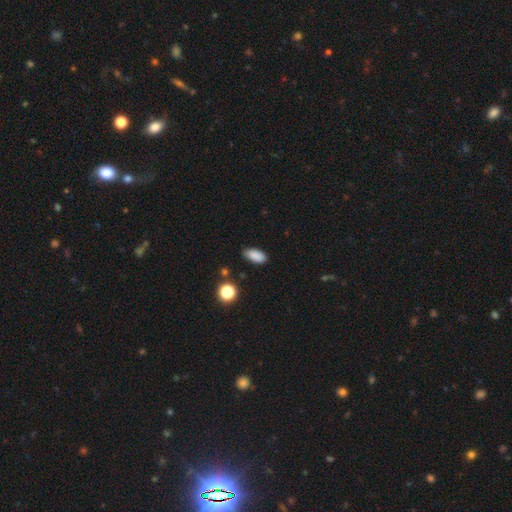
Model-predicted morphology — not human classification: A smooth galaxy with no disk features (87%) that is in between round and cigar-shaped (88%).

Vote fractions:
- Smooth or featured? smooth: 87% / star or artifact: 9% / featured or disk: 4%
- How rounded? in between: 88% / cigar-shaped: 8% / round: 4%
- Merging? none: 83% / minor disturbance: 13% / major disturbance: 2% / merger: 2%